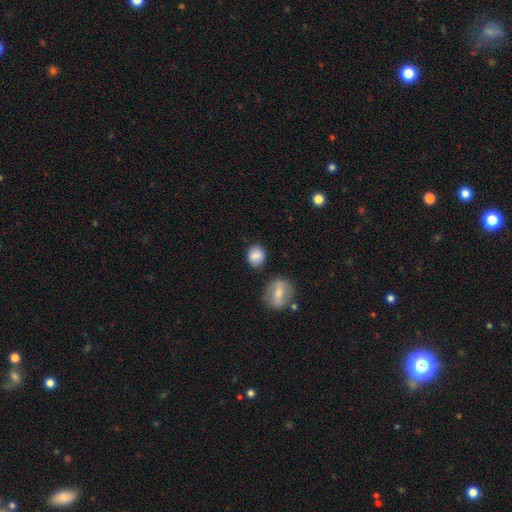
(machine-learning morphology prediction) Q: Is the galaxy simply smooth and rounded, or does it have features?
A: smooth — 82%.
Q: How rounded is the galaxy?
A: round — 69%.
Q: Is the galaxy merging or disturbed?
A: none — 75%.